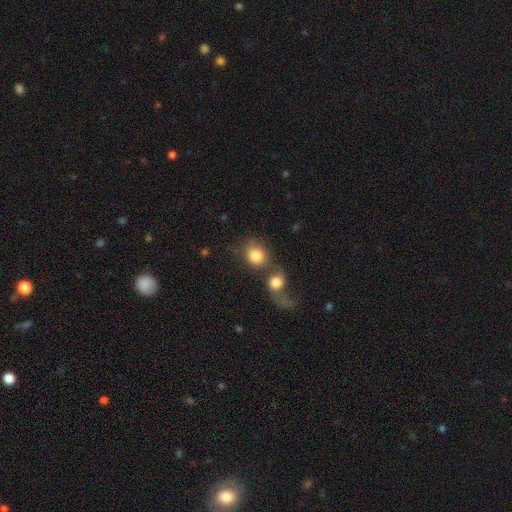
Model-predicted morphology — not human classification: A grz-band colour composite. It shows a smooth galaxy with no disk features (81%) that is round (74%). Merging: merger (59%).